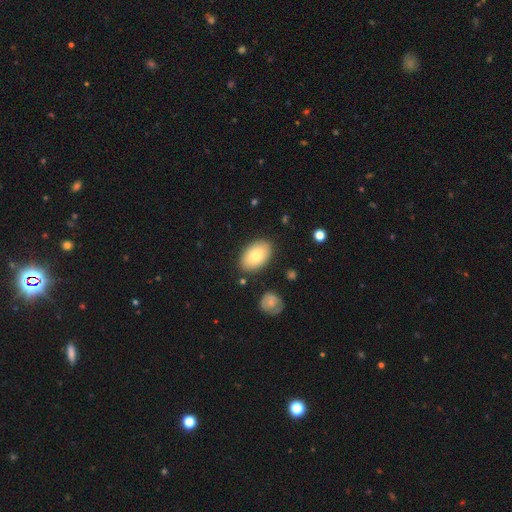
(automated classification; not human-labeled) smooth_or_featured: smooth (p=0.77) [alt: featured or disk p=0.16]
how_rounded: in between (p=0.91) [alt: round p=0.08]
merging: none (p=0.84) [alt: minor disturbance p=0.11]